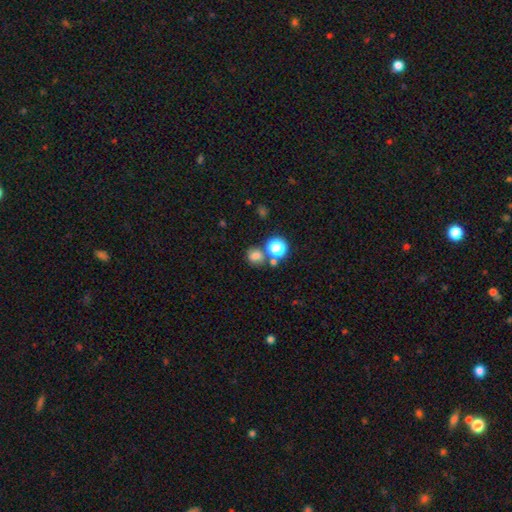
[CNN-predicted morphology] Smooth or featured?
  - smooth: 71% *
  - star or artifact: 21%
  - featured or disk: 9%
How rounded?
  - round: 74% *
  - in between: 25%
  - cigar-shaped: 1%
Merging?
  - none: 65% *
  - merger: 19%
  - minor disturbance: 12%
  - major disturbance: 5%